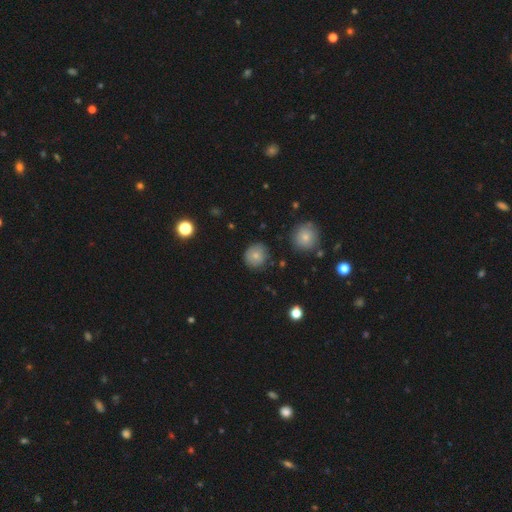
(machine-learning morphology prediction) Smooth or featured?
  - smooth: 74% *
  - featured or disk: 14%
  - star or artifact: 12%
How rounded?
  - round: 89% *
  - in between: 10%
  - cigar-shaped: 1%
Merging?
  - none: 83% *
  - minor disturbance: 12%
  - major disturbance: 3%
  - merger: 2%